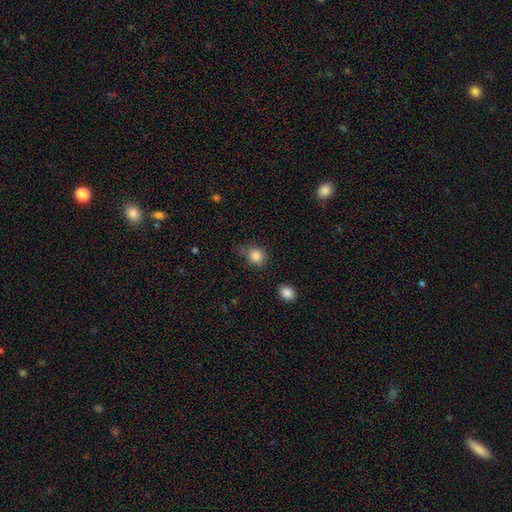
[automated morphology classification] This is clearly a smooth galaxy (84%). How rounded: likely round (72%). Merging: possibly none (53%).